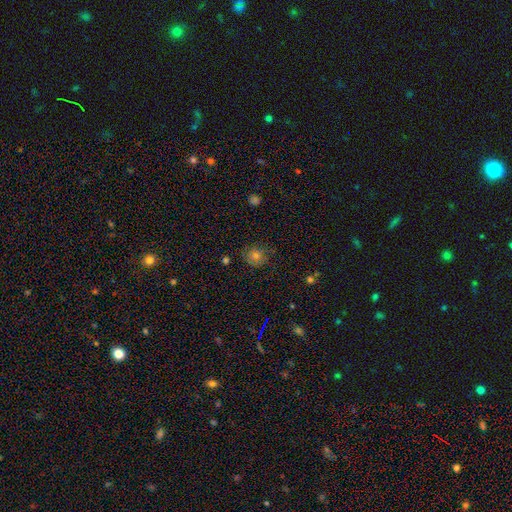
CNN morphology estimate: type=smooth (57%); roundness=round (86%); merging=none (78%).